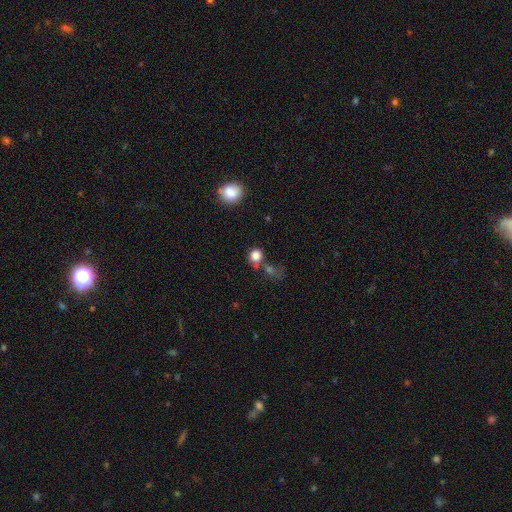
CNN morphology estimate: Smooth or featured?
  - smooth: 82% *
  - star or artifact: 12%
  - featured or disk: 6%
How rounded?
  - round: 77% *
  - in between: 21%
  - cigar-shaped: 1%
Merging?
  - none: 55% *
  - merger: 22%
  - minor disturbance: 15%
  - major disturbance: 8%